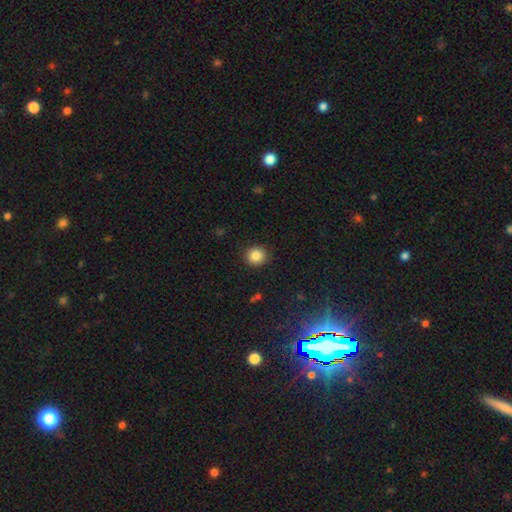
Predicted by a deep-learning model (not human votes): Smooth or featured: smooth — 85% (star or artifact — 10%)
How rounded: round — 91% (in between — 8%)
Merging: none — 91% (minor disturbance — 6%)